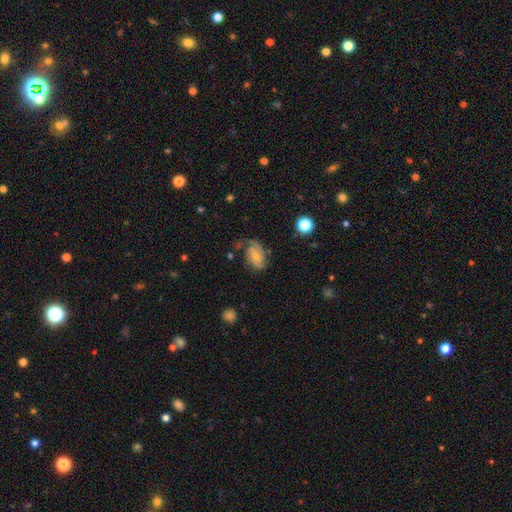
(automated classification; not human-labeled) The model was most divided on "bar": no: 47%, weak: 40%, strong: 13%. More confident: edge-on disk — no (96%); spiral arms — yes (88%); smooth or featured — featured or disk (58%); bulge size — small (56%); merging — none (51%).